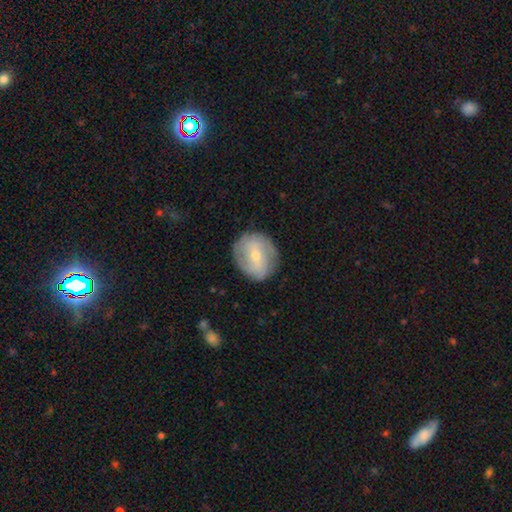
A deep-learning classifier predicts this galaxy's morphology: smooth-or-featured: featured or disk: 56% | smooth: 37% | star or artifact: 7%
  disk-edge-on: no: 96% | yes: 4%
    bar: no: 44% | weak: 41% | strong: 15%
    has-spiral-arms: yes: 72% | no: 28%
    bulge-size: small: 57% | moderate: 39% | large: 2% | none: 1% | dominant: 1%
  merging: none: 81% | minor disturbance: 13% | major disturbance: 4% | merger: 1%